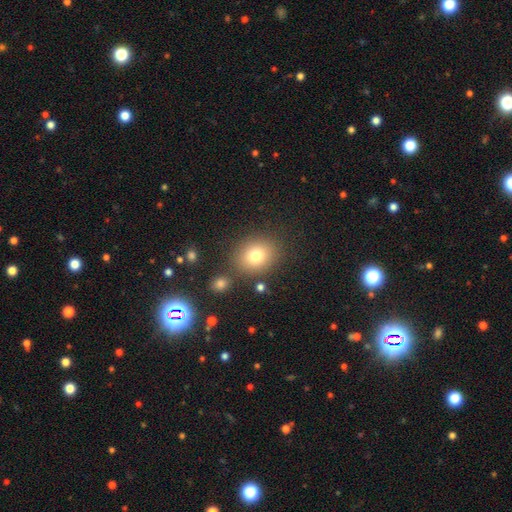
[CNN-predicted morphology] Q: Smooth or featured?
A: smooth (77%); runner-up: star or artifact (12%)
Q: How rounded?
A: round (63%); runner-up: in between (36%)
Q: Merging?
A: none (79%); runner-up: minor disturbance (10%)